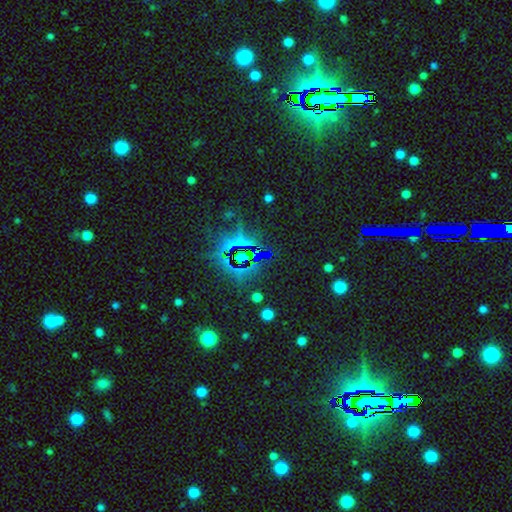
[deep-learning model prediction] Smooth or featured? star or artifact (78%)